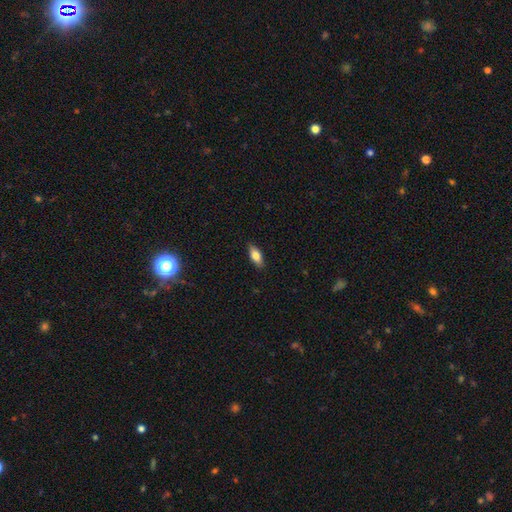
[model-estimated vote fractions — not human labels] smooth-or-featured: smooth: 77% | featured or disk: 16% | star or artifact: 7%
  how-rounded: in between: 83% | cigar-shaped: 13% | round: 3%
  merging: none: 87% | minor disturbance: 10% | major disturbance: 2% | merger: 1%